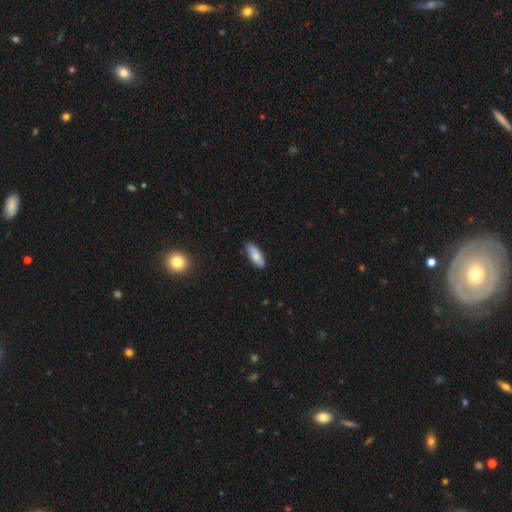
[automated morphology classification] A smooth galaxy with no disk features (80%) that is in between round and cigar-shaped (68%).

Vote fractions:
- Smooth or featured? smooth: 80% / featured or disk: 13% / star or artifact: 7%
- How rounded? in between: 68% / cigar-shaped: 30% / round: 2%
- Merging? none: 84% / minor disturbance: 13% / major disturbance: 2% / merger: 1%